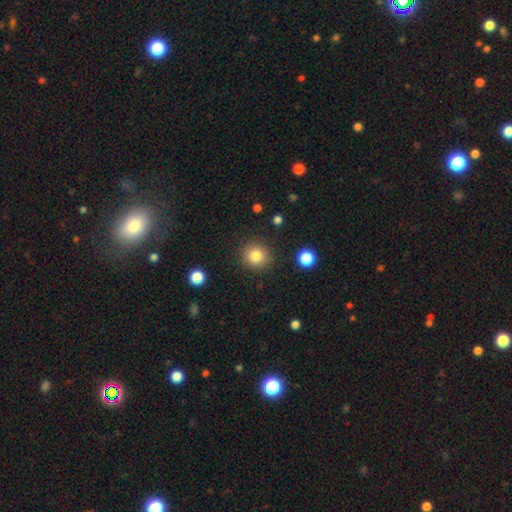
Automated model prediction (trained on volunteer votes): smooth 83%, star or artifact 11%, featured or disk 7%. Down the decision tree: how rounded — round (92%); merging — none (88%).